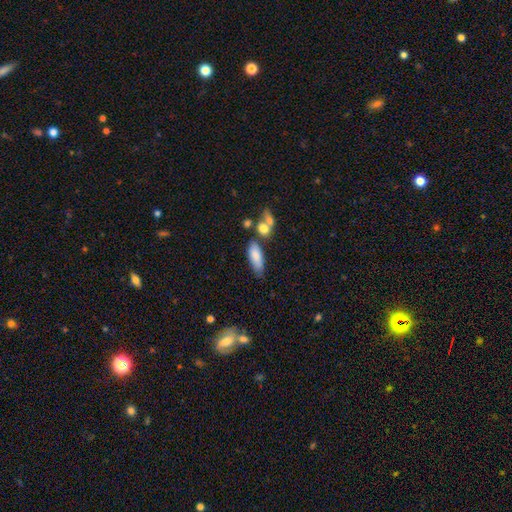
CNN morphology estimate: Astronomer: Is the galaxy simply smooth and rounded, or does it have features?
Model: smooth — 81%.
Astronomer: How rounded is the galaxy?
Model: in between — 68%.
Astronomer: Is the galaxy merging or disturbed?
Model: none — 56%.